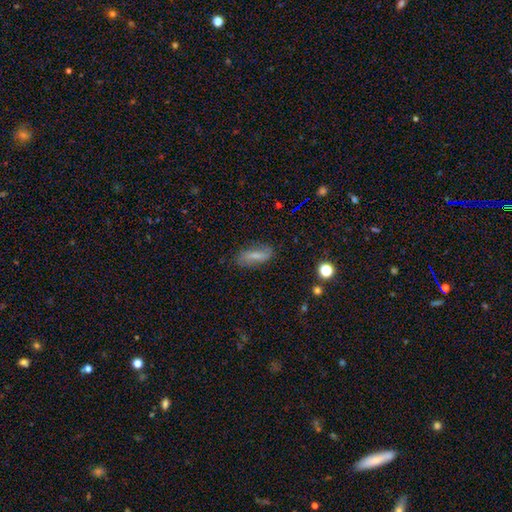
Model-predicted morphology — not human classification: Overall: smooth (62%; featured or disk 29%). How rounded: in between (66%; cigar-shaped 30%). Merging: none (77%).